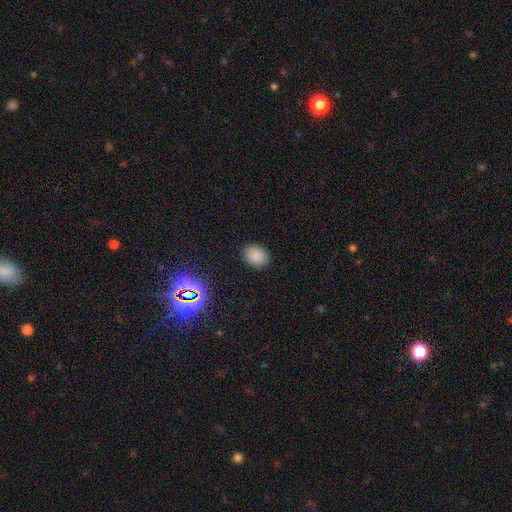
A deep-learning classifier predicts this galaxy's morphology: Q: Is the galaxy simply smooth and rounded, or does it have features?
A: smooth — 84%.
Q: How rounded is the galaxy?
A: in between — 67%.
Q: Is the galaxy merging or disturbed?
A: none — 88%.